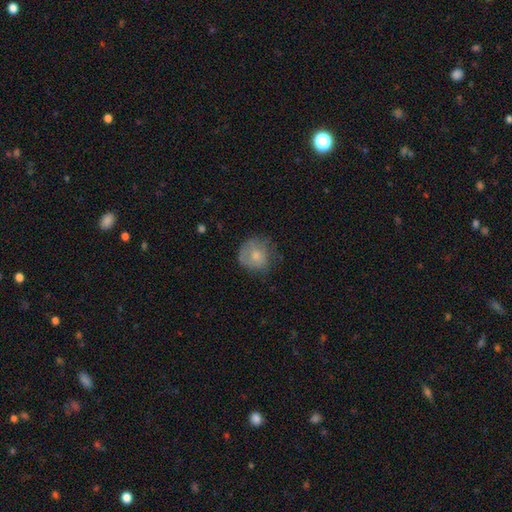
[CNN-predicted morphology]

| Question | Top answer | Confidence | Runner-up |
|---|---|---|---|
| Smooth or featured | smooth | 69% | featured or disk (23%) |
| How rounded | round | 85% | in between (14%) |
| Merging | none | 58% | minor disturbance (27%) |